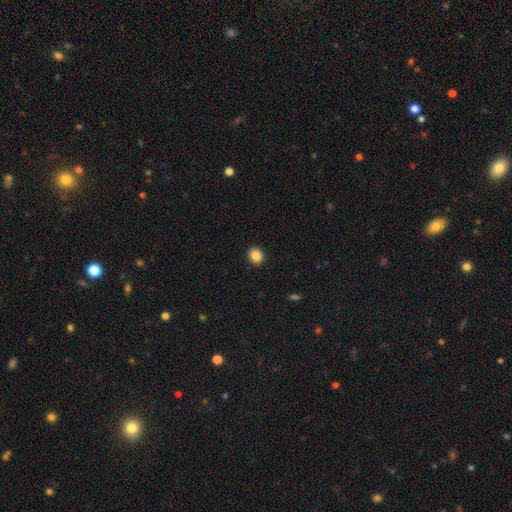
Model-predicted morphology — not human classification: This appears to be a smooth galaxy with no disk features (87%) that is round (64%). Merging: none (92%).